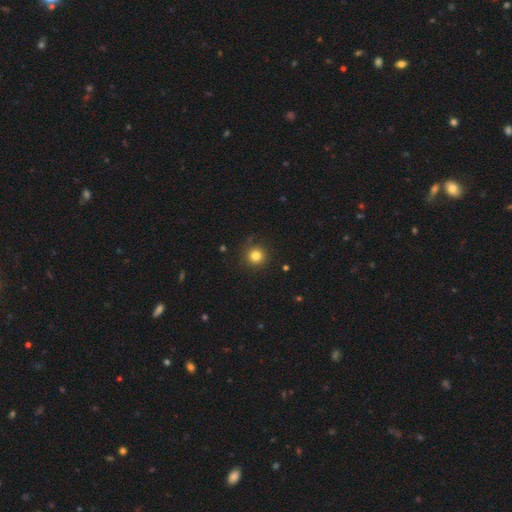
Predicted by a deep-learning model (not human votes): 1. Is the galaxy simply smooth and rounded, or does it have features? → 82% smooth, 13% star or artifact, 5% featured or disk.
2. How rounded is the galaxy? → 95% round, 4% in between, 1% cigar-shaped.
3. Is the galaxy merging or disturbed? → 88% none, 8% minor disturbance, 3% major disturbance, 1% merger.